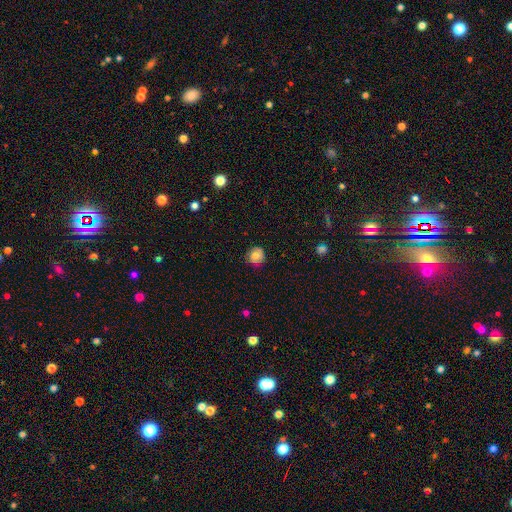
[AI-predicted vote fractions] A smooth galaxy with no disk features (71%) that is round (87%). Merging: none (80%).